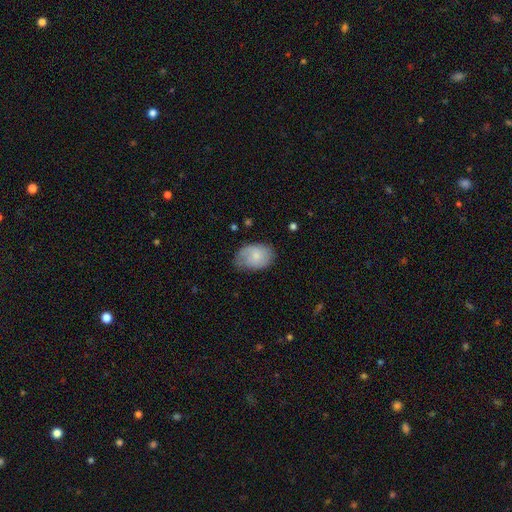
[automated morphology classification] smooth_or_featured: smooth (p=0.67) [alt: featured or disk p=0.26]
how_rounded: in between (p=0.79) [alt: round p=0.20]
merging: none (p=0.55) [alt: minor disturbance p=0.33]